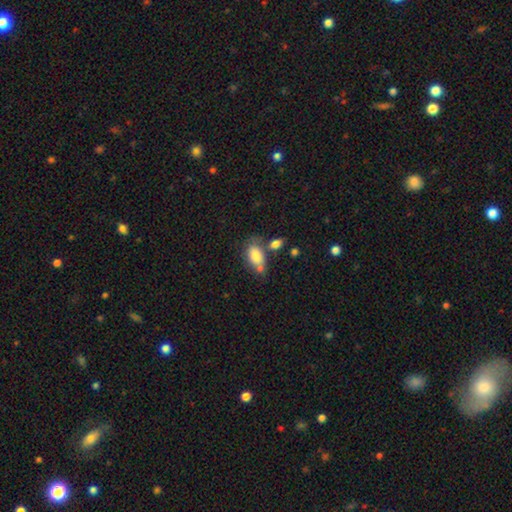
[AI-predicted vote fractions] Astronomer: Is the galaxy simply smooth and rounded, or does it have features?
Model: smooth — 82%.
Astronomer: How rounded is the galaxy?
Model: in between — 90%.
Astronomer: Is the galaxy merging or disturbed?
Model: none — 48% (runner-up: merger, 26%).